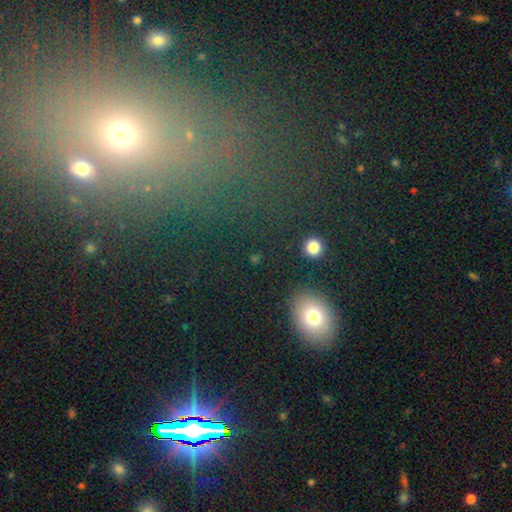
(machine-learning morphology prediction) smooth_or_featured: smooth (p=0.62) [alt: star or artifact p=0.27]
how_rounded: in between (p=0.63) [alt: round p=0.34]
merging: none (p=0.87) [alt: minor disturbance p=0.07]